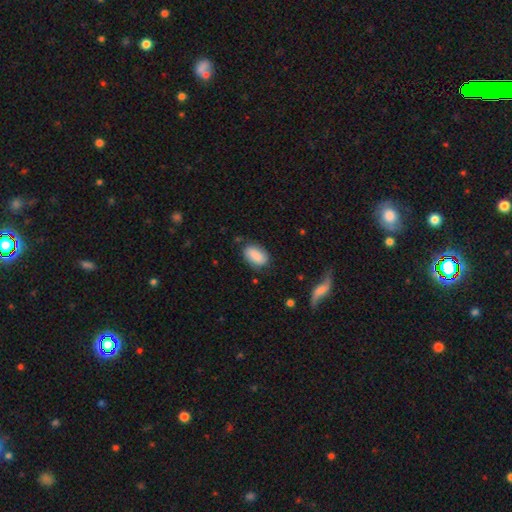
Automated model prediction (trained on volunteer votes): Overall: smooth (84%). How rounded: in between (91%). Merging: none (73%).